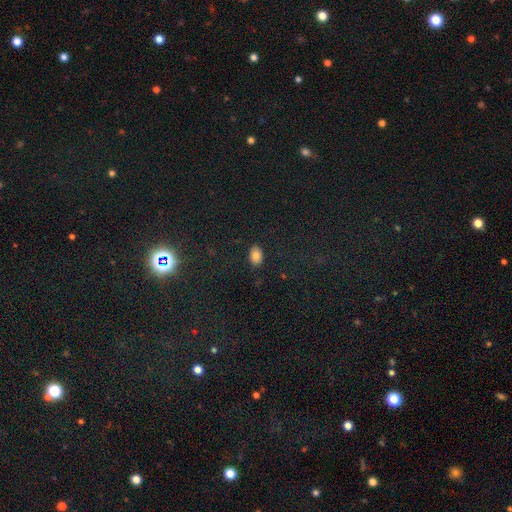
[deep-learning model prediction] Morphology: type=smooth (82%); roundness=in between (85%); merging=none (87%).